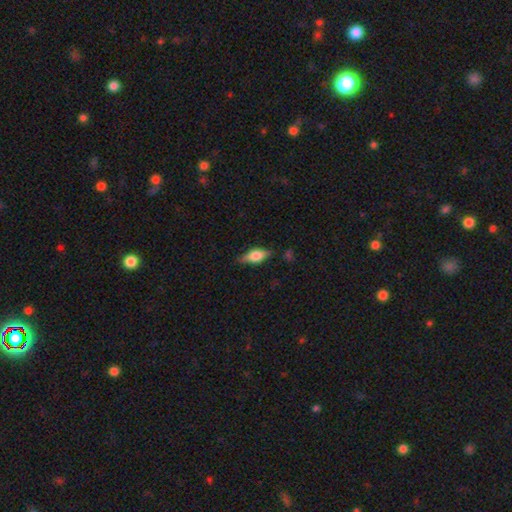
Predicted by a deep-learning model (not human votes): smooth_or_featured: smooth (p=0.56) [alt: featured or disk p=0.36]
how_rounded: in between (p=0.73) [alt: cigar-shaped p=0.22]
merging: none (p=0.77) [alt: minor disturbance p=0.17]